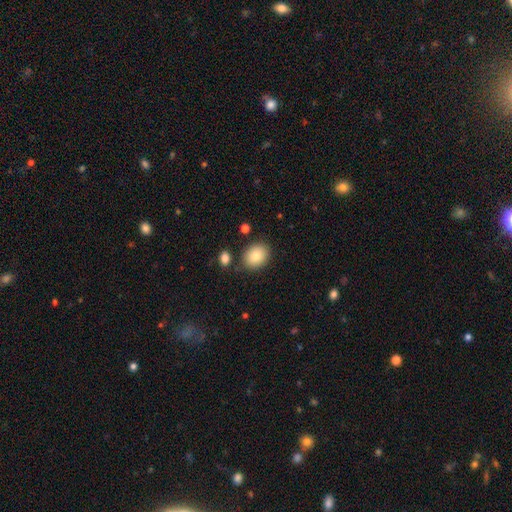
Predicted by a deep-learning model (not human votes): This appears to be a smooth galaxy with no disk features (84%) that is in between round and cigar-shaped (59%). Merging: none (82%).